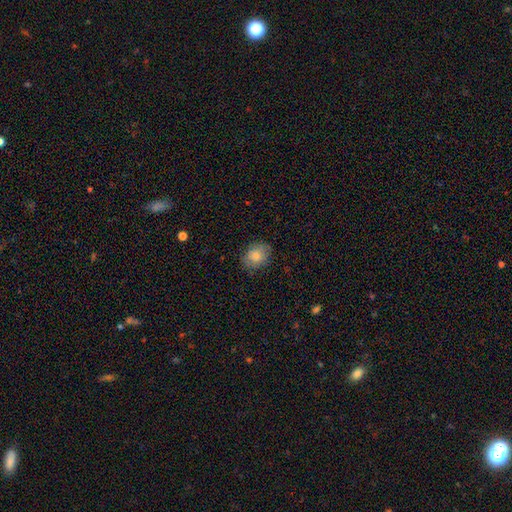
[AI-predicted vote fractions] smooth_or_featured: smooth (p=0.77) [alt: featured or disk p=0.13]
how_rounded: round (p=0.54) [alt: in between p=0.45]
merging: none (p=0.82) [alt: minor disturbance p=0.14]